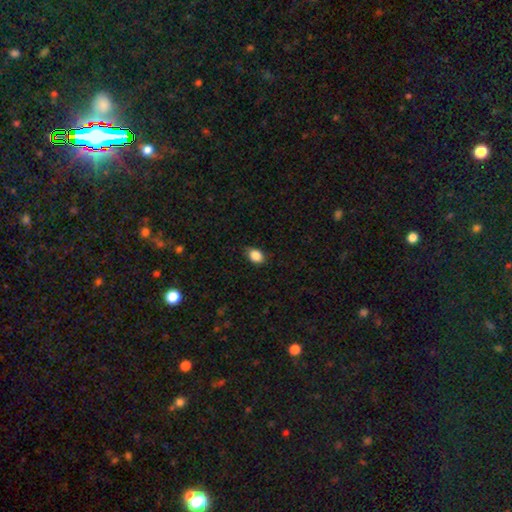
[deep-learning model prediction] Morphology: type=smooth (88%); roundness=in between (76%); merging=none (79%).